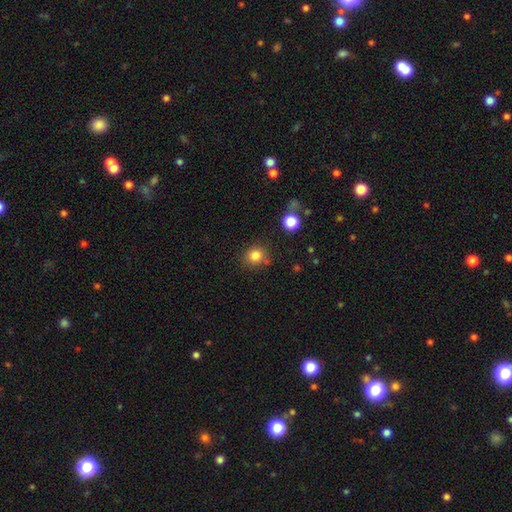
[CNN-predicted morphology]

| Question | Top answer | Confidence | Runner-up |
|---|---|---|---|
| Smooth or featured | smooth | 84% | star or artifact (12%) |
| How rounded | round | 87% | in between (12%) |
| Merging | none | 79% | minor disturbance (11%) |